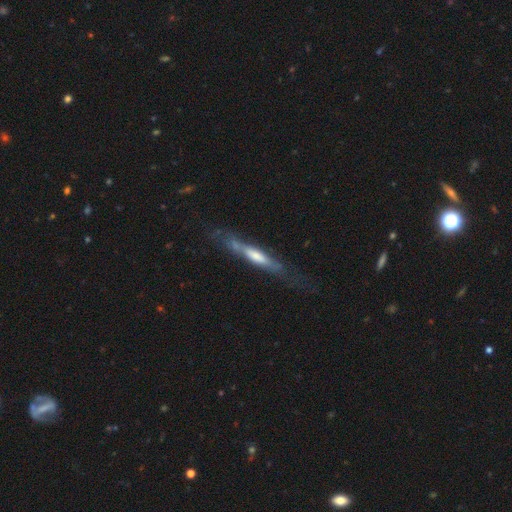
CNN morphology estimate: smooth-or-featured: featured or disk: 67% | smooth: 25% | star or artifact: 8%
  disk-edge-on: yes: 83% | no: 17%
    edge-on-bulge: rounded: 49% | none: 27% | boxy: 24%
  merging: none: 62% | minor disturbance: 23% | major disturbance: 12% | merger: 4%